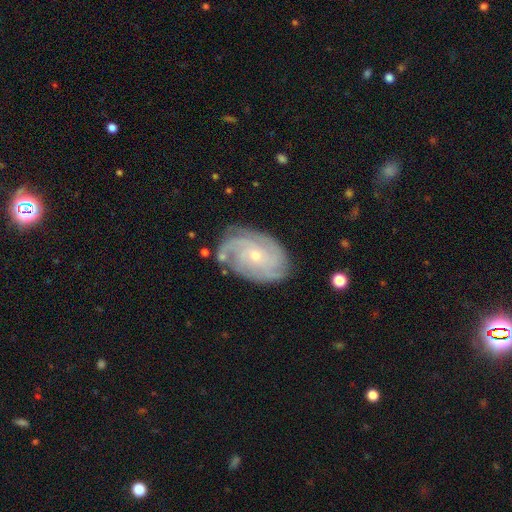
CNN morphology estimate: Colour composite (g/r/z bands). It shows a featured or disk galaxy (83%) with no bar (74%), 4 (25%, tied with can't tell and 3) tight (67%) spiral arms (96%) and a small central bulge (68%). Merging: none (76%).